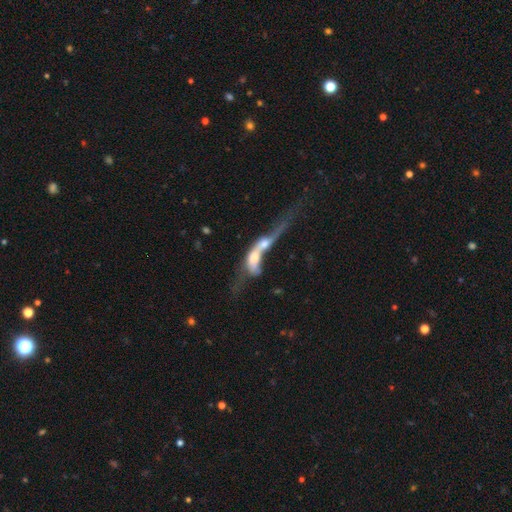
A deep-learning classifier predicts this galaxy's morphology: Smooth or featured: featured or disk — 57% (smooth — 33%)
Edge-on disk: no — 72% (yes — 28%)
Merging: merger — 76% (major disturbance — 13%)